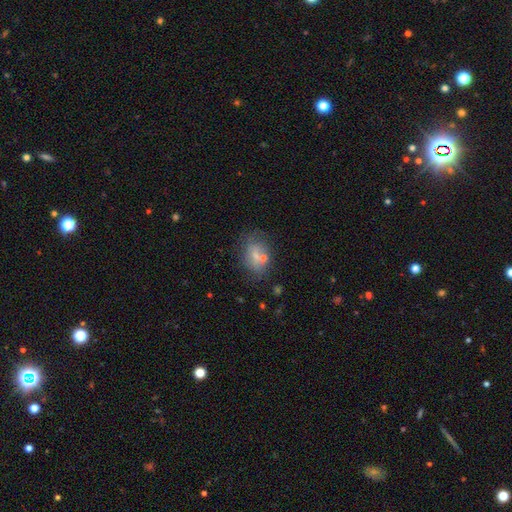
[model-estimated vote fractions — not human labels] This is possibly a smooth galaxy (60%). How rounded: likely in between (64%). Merging: possibly none (56%).